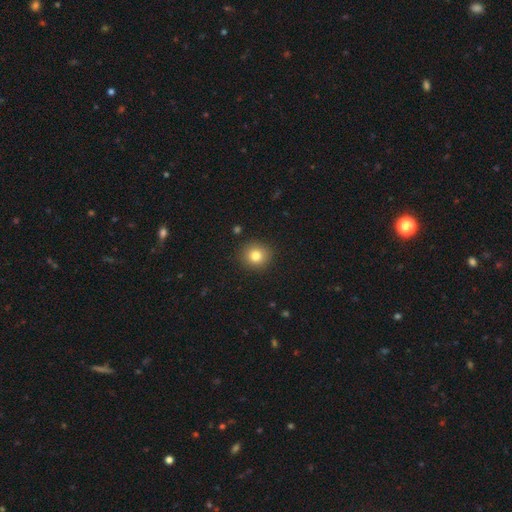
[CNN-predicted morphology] type=smooth (81%); roundness=round (91%); merging=none (90%).